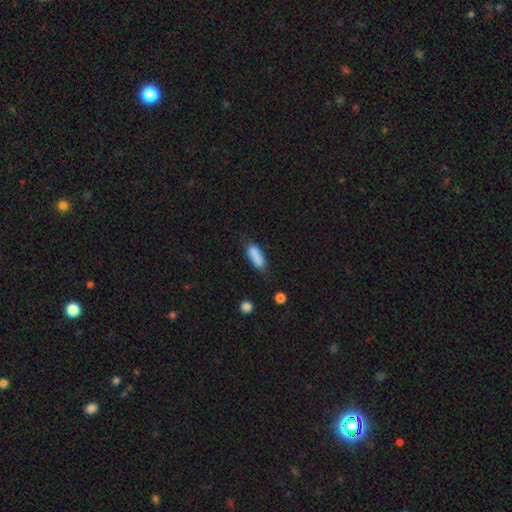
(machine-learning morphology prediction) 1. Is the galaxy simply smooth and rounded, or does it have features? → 85% smooth, 8% star or artifact, 7% featured or disk.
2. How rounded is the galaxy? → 62% in between, 36% cigar-shaped, 2% round.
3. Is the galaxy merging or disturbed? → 66% none, 24% minor disturbance, 6% major disturbance, 4% merger.